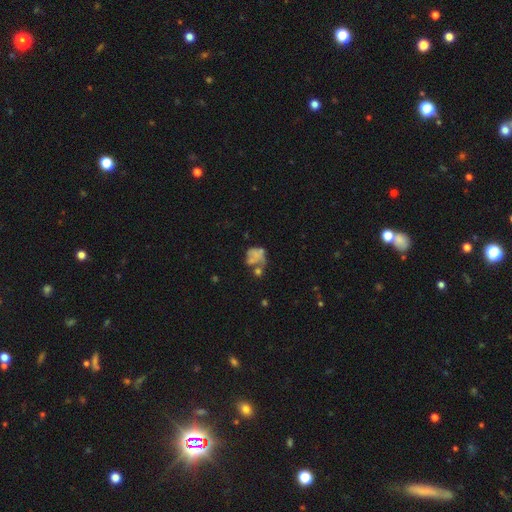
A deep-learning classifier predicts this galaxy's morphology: Smooth or featured?
  - smooth: 44% *
  - featured or disk: 42%
  - star or artifact: 14%
Merging?
  - major disturbance: 28% *
  - none: 27%
  - merger: 26%
  - minor disturbance: 19%